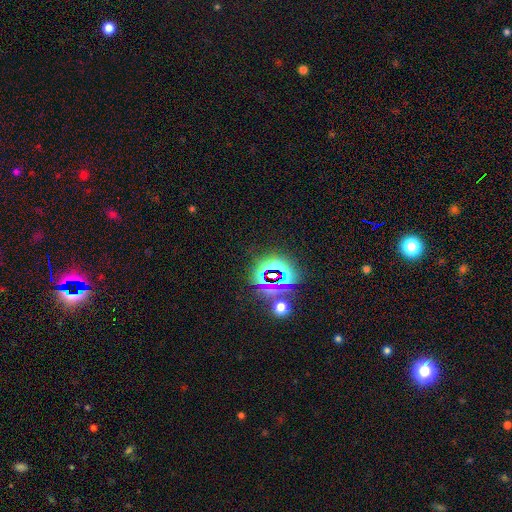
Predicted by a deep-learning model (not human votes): Morphology: type=star or artifact (79%).